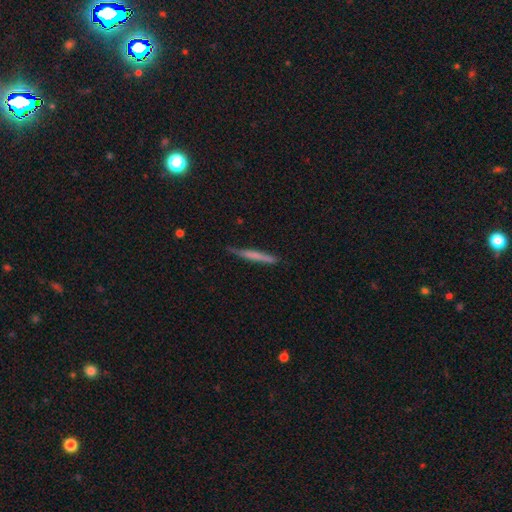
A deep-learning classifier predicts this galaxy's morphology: A smooth galaxy with no disk features (60%) that is cigar-shaped (96%). Merging: none (80%).